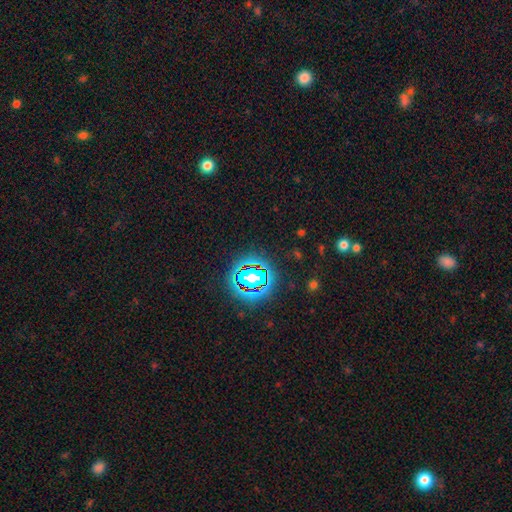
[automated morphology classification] star or artifact 80%, smooth 12%, featured or disk 7%.